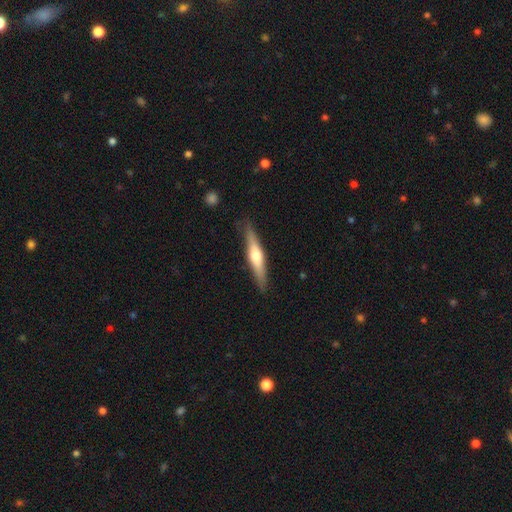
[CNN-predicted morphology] Smooth or featured? Predicted: featured or disk (p=0.56). Edge-on disk? Predicted: yes (p=0.96). Edge-on bulge? Predicted: rounded (p=0.86). Merging? Predicted: none (p=0.88).